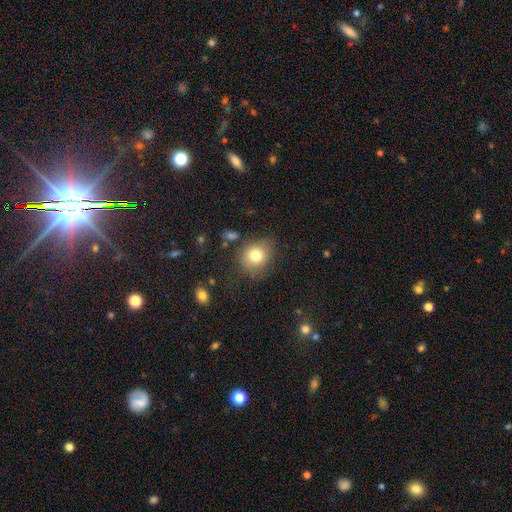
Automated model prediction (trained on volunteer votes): This appears to be a smooth galaxy with no disk features (78%) that is round (66%). Merging: none (72%).